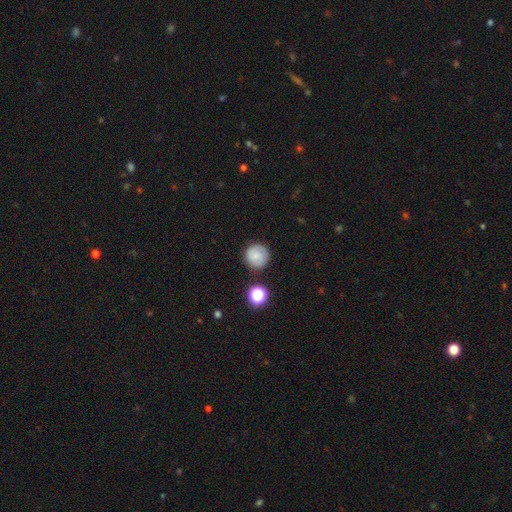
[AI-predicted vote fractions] Q: Smooth or featured?
A: smooth (71%); runner-up: featured or disk (19%)
Q: How rounded?
A: round (94%); runner-up: in between (5%)
Q: Merging?
A: none (81%); runner-up: minor disturbance (11%)